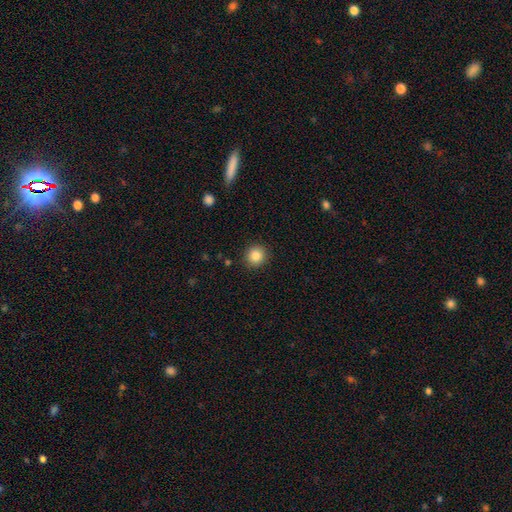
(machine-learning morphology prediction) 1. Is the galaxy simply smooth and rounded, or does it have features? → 85% smooth, 10% star or artifact, 5% featured or disk.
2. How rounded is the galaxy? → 91% round, 8% in between, 1% cigar-shaped.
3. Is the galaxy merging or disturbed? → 90% none, 6% minor disturbance, 2% major disturbance, 1% merger.